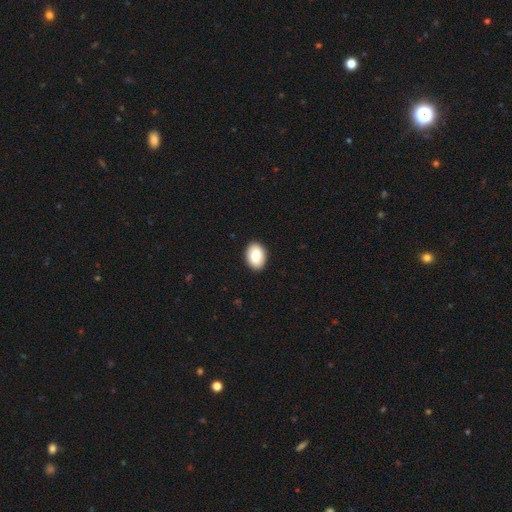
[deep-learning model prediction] Smooth or featured?
  - smooth: 85% *
  - featured or disk: 9%
  - star or artifact: 7%
How rounded?
  - in between: 82% *
  - round: 17%
  - cigar-shaped: 1%
Merging?
  - none: 91% *
  - minor disturbance: 6%
  - major disturbance: 2%
  - merger: 1%